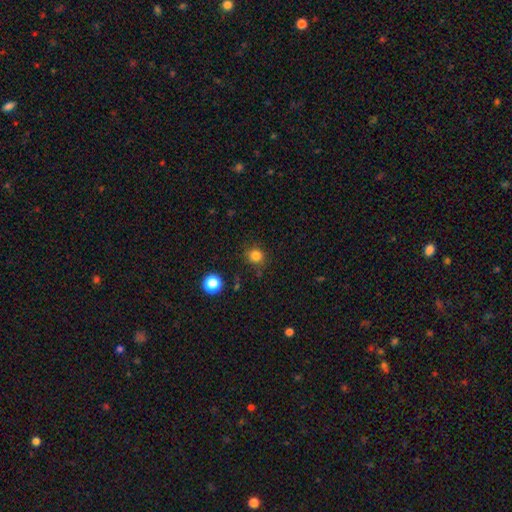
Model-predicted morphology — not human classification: Q: Smooth or featured?
A: smooth (83%); runner-up: star or artifact (13%)
Q: How rounded?
A: round (87%); runner-up: in between (12%)
Q: Merging?
A: none (84%); runner-up: minor disturbance (11%)